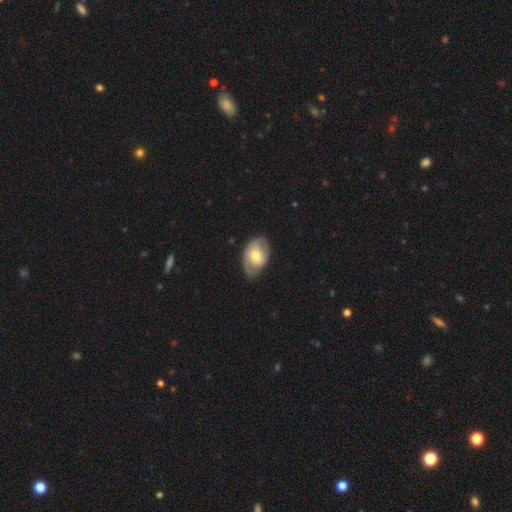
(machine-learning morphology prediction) Smooth or featured?
  - featured or disk: 52% *
  - smooth: 43%
  - star or artifact: 5%
Edge-on disk?
  - no: 93% *
  - yes: 7%
Merging?
  - none: 68% *
  - minor disturbance: 23%
  - major disturbance: 8%
  - merger: 1%